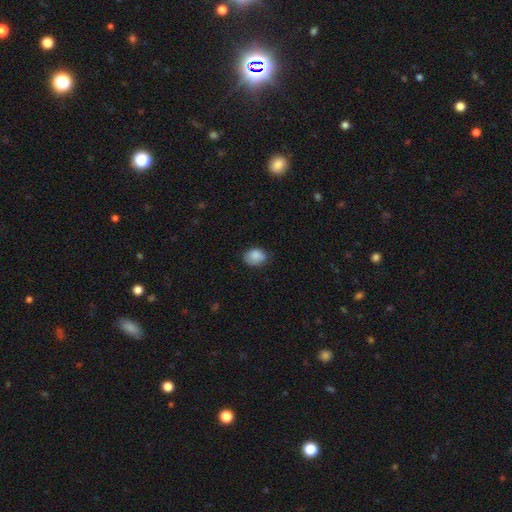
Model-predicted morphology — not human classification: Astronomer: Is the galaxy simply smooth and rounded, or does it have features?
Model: smooth — 86%.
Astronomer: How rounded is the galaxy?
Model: in between — 65%.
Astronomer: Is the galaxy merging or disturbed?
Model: none — 67%.